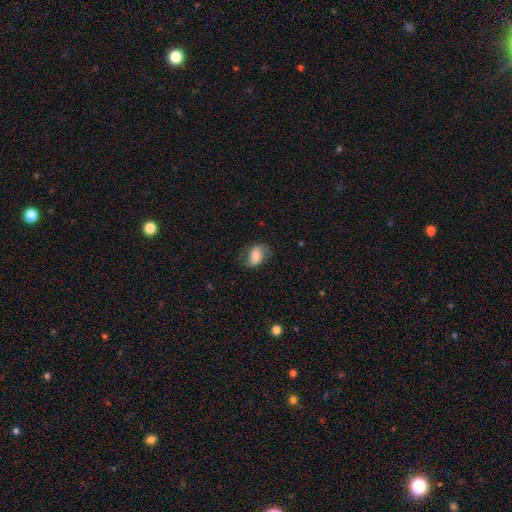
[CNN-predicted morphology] This appears to be a smooth galaxy with no disk features (68%) that is in between round and cigar-shaped (80%). Merging: none (66%).